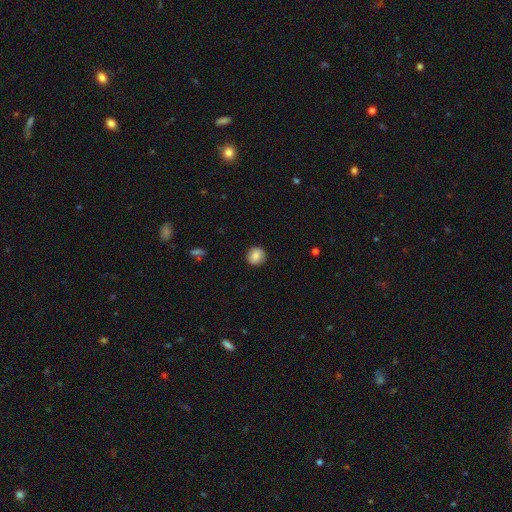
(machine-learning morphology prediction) This is clearly a smooth galaxy (84%). How rounded: clearly round (90%). Merging: clearly none (89%).